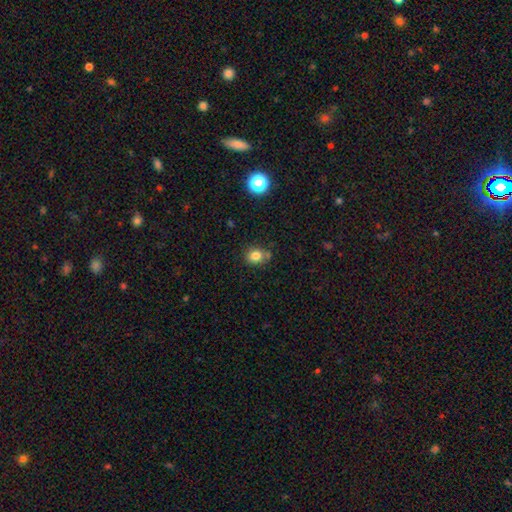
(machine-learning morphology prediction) The model was most divided on "how rounded": round: 71%, in between: 28%, cigar-shaped: 1%. More confident: smooth or featured — smooth (80%); merging — none (72%).